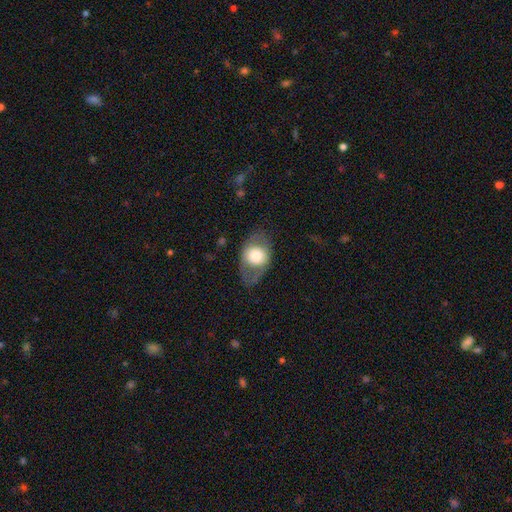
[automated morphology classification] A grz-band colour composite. It shows a smooth galaxy with no disk features (56%) that is in between round and cigar-shaped (60%). Merging: none (67%).